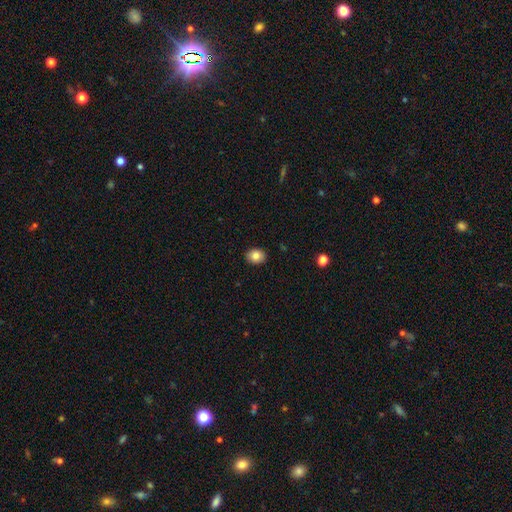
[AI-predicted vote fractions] Smooth or featured? smooth (84%)
How rounded? in between (57%)
Merging? none (90%)